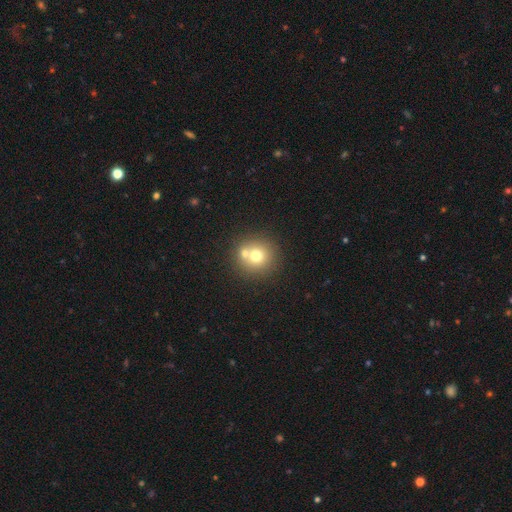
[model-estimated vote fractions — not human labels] smooth_or_featured: smooth (p=0.70) [alt: featured or disk p=0.17]
how_rounded: round (p=0.91) [alt: in between p=0.08]
merging: none (p=0.57) [alt: merger p=0.34]